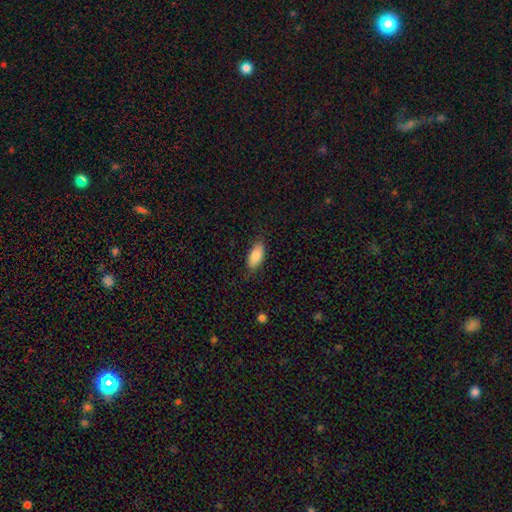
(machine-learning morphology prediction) Smooth or featured?
  - smooth: 87% *
  - featured or disk: 7%
  - star or artifact: 6%
How rounded?
  - in between: 90% *
  - cigar-shaped: 8%
  - round: 2%
Merging?
  - none: 81% *
  - minor disturbance: 15%
  - major disturbance: 3%
  - merger: 1%